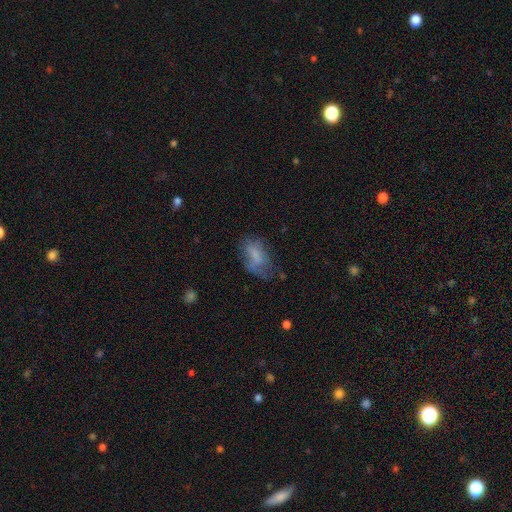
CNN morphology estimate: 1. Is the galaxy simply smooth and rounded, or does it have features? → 63% smooth, 26% featured or disk, 11% star or artifact.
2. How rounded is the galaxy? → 89% in between, 8% round, 3% cigar-shaped.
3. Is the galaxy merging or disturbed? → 42% none, 30% minor disturbance, 25% major disturbance, 3% merger.